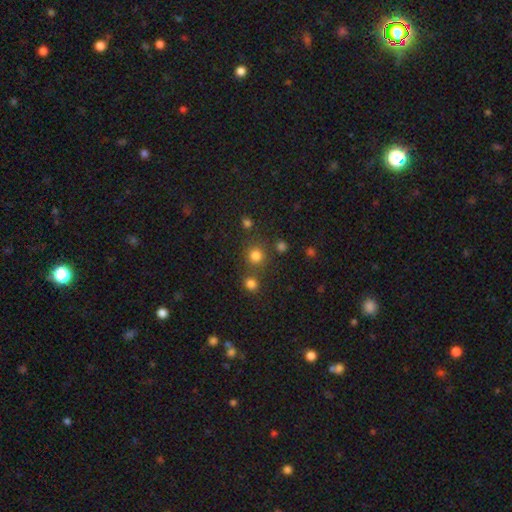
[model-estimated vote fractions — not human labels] Q: Smooth or featured?
A: smooth (78%); runner-up: star or artifact (16%)
Q: How rounded?
A: round (91%); runner-up: in between (8%)
Q: Merging?
A: none (72%); runner-up: merger (16%)